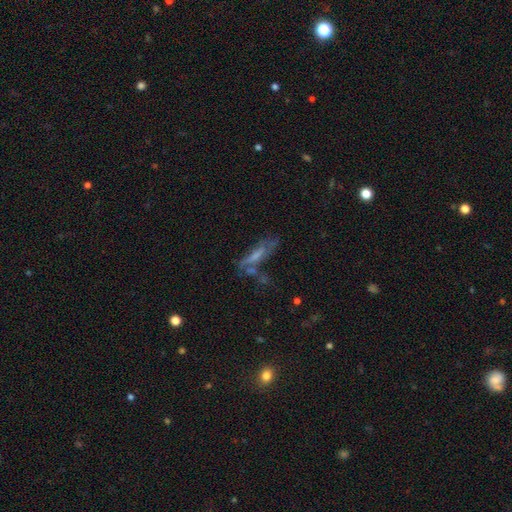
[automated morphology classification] smooth-or-featured: featured or disk: 48% | smooth: 35% | star or artifact: 17%
  merging: none: 49% | minor disturbance: 21% | major disturbance: 17% | merger: 14%